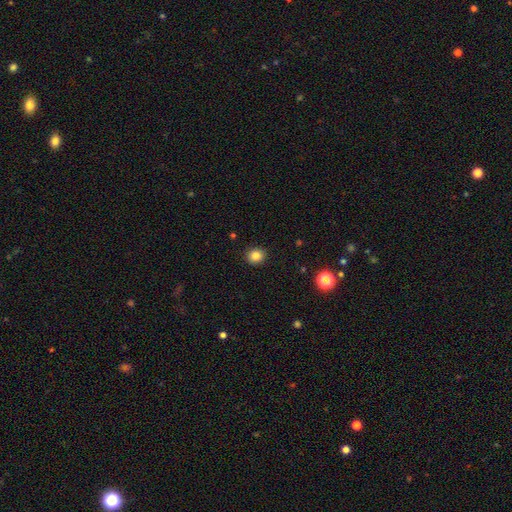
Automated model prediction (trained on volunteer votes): This is clearly a smooth galaxy (84%). How rounded: likely round (79%). Merging: clearly none (91%).